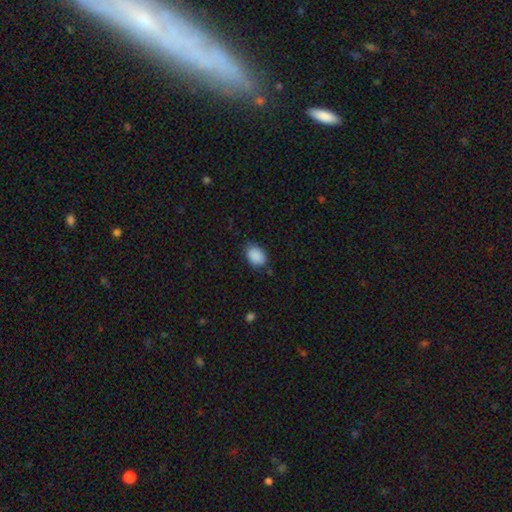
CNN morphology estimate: A smooth galaxy with no disk features (89%) that is in between round and cigar-shaped (80%).

Vote fractions:
- Smooth or featured? smooth: 89% / star or artifact: 7% / featured or disk: 3%
- How rounded? in between: 80% / round: 19% / cigar-shaped: 1%
- Merging? none: 77% / minor disturbance: 18% / major disturbance: 4% / merger: 1%